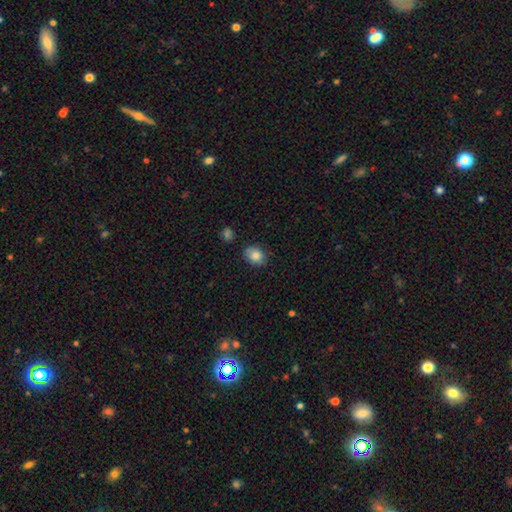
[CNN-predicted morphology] Q: Smooth or featured?
A: smooth (84%); runner-up: star or artifact (9%)
Q: How rounded?
A: in between (57%); runner-up: round (42%)
Q: Merging?
A: none (79%); runner-up: minor disturbance (16%)